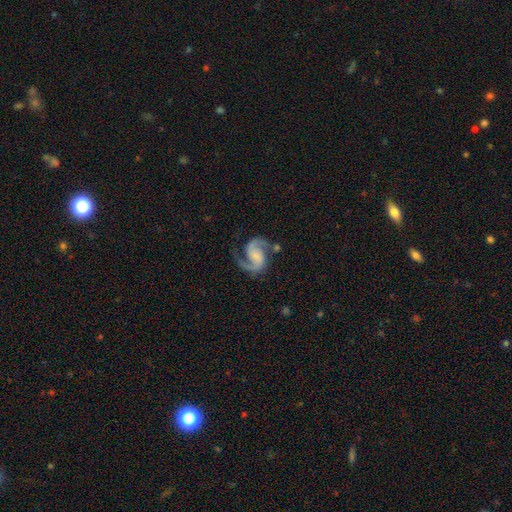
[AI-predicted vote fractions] featured or disk 92%, star or artifact 4%, smooth 4%. Down the decision tree: edge-on disk — no (98%); bar — no (43%); spiral arms — yes (98%); spiral arm count — 2 (93%); spiral winding — medium (60%); bulge size — none (42%); merging — none (73%).